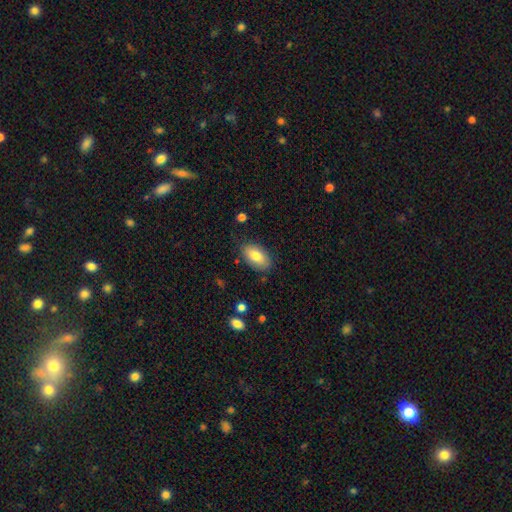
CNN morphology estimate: The model was most divided on "smooth or featured": smooth: 79%, featured or disk: 14%, star or artifact: 7%. More confident: how rounded — in between (93%); merging — none (82%).